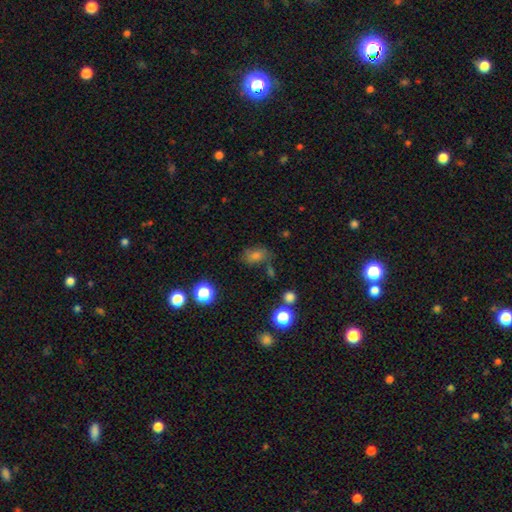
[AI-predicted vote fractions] This is likely a smooth galaxy (65%). How rounded: likely in between (74%). Merging: likely none (67%).